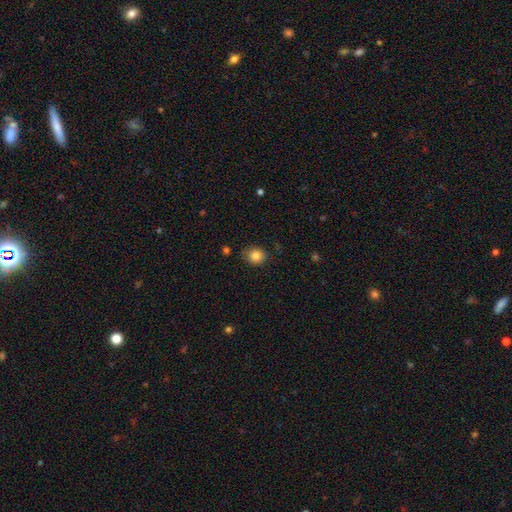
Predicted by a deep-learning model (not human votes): A smooth galaxy with no disk features (85%) that is round (72%). Merging: none (82%).